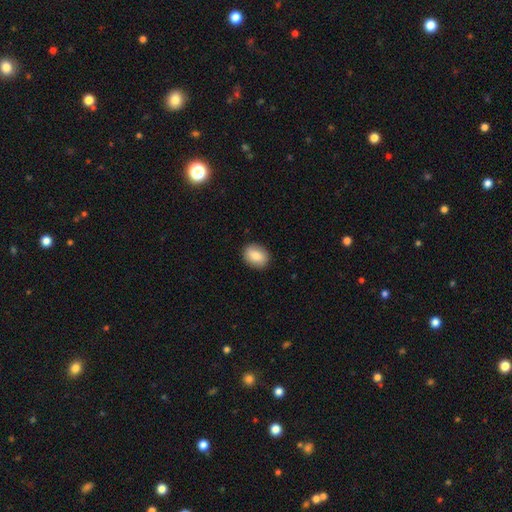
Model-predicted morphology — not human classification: Smooth or featured? Predicted: smooth (p=0.80). How rounded? Predicted: in between (p=0.60). Merging? Predicted: none (p=0.88).